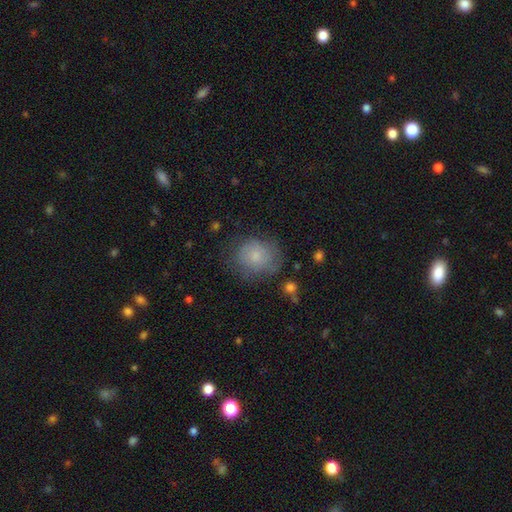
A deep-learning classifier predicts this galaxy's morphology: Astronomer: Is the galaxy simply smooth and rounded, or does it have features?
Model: smooth — 75%.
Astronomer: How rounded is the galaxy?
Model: round — 76%.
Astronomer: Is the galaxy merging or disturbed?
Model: none — 64%.